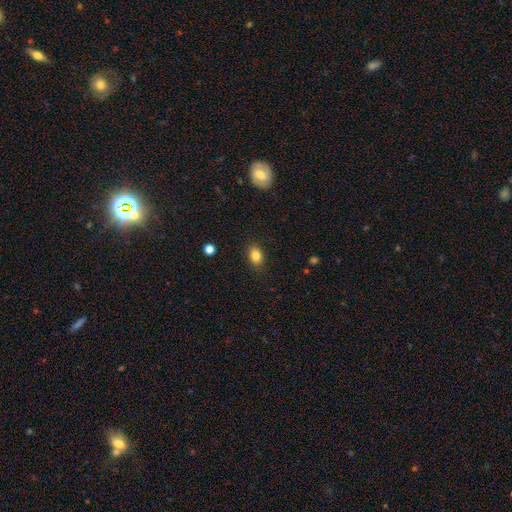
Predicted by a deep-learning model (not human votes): Q: Smooth or featured?
A: smooth (84%); runner-up: star or artifact (10%)
Q: How rounded?
A: in between (74%); runner-up: round (25%)
Q: Merging?
A: none (86%); runner-up: minor disturbance (11%)